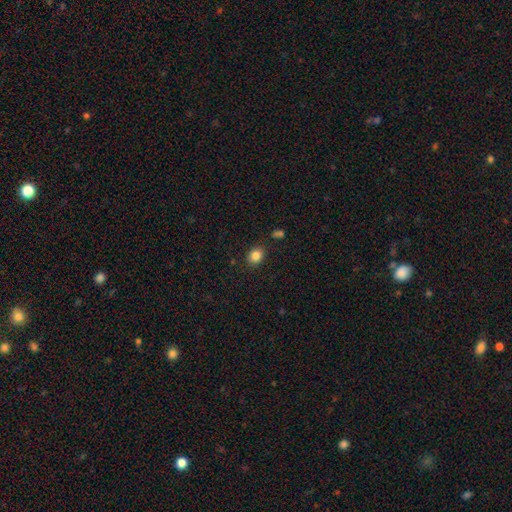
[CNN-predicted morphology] This is clearly a smooth galaxy (84%). How rounded: possibly round (53%). Merging: clearly none (86%).